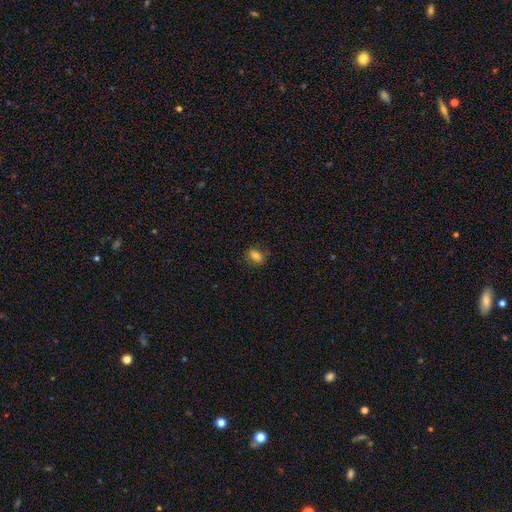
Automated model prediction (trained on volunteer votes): Morphology: type=smooth (77%); roundness=in between (71%); merging=none (80%).